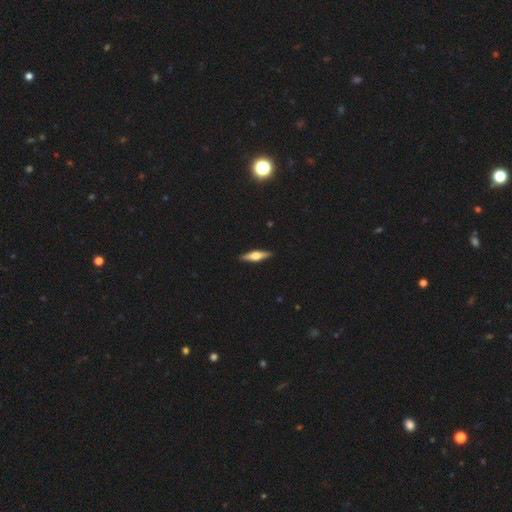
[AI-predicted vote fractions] A featured or disk galaxy (63%) viewed edge-on (96%) with a rounded central bulge (93%).

Vote fractions:
- Smooth or featured? featured or disk: 63% / smooth: 31% / star or artifact: 5%
- Edge-on disk? yes: 96% / no: 4%
- Edge-on bulge? rounded: 93% / boxy: 5% / none: 2%
- Merging? none: 91% / minor disturbance: 6% / major disturbance: 1% / merger: 1%